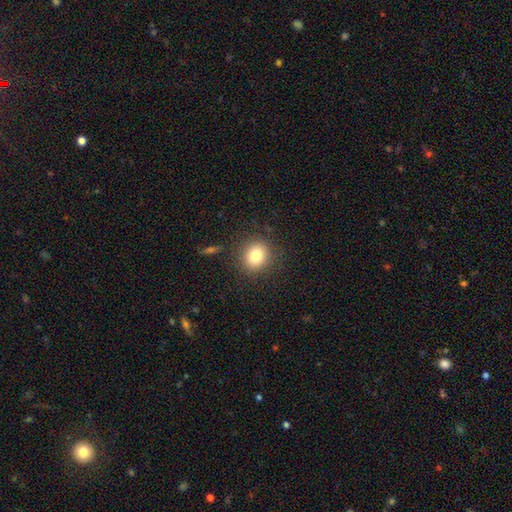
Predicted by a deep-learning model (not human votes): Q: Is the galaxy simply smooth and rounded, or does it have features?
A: smooth — 82%.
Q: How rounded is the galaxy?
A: round — 76%.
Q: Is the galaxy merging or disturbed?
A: none — 87%.